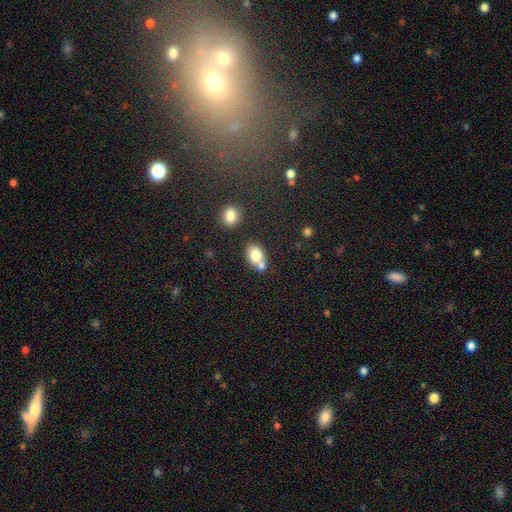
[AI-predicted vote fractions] A smooth galaxy with no disk features (78%) that is in between round and cigar-shaped (67%). Merging: none (43%).